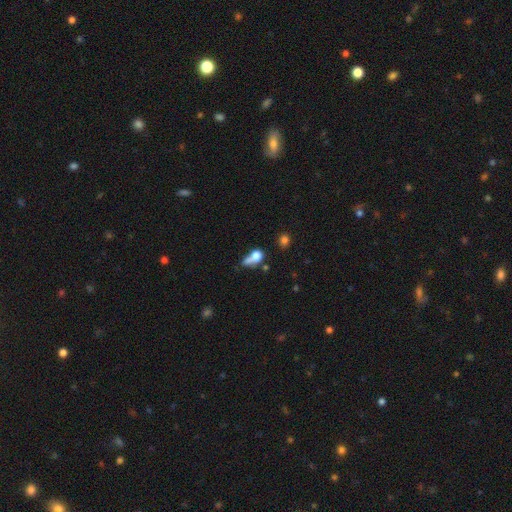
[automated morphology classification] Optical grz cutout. It shows a smooth galaxy with no disk features (70%) that is in between round and cigar-shaped (48%). Merging: merger (41%).